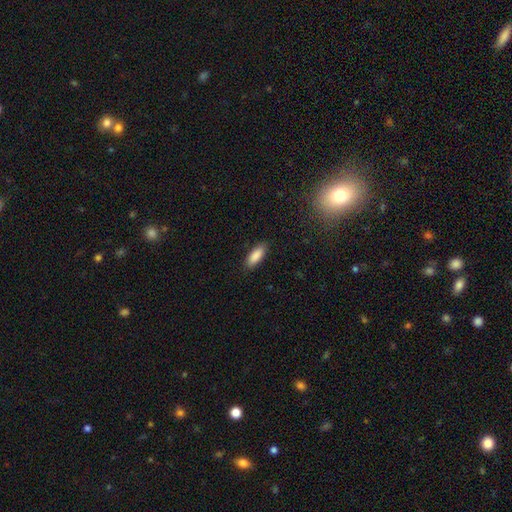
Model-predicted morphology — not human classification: smooth-or-featured: smooth: 89% | star or artifact: 6% | featured or disk: 5%
  how-rounded: in between: 74% | cigar-shaped: 24% | round: 2%
  merging: none: 87% | minor disturbance: 10% | major disturbance: 2% | merger: 1%